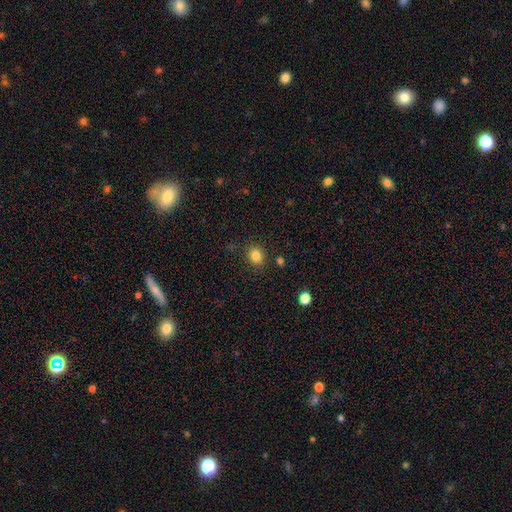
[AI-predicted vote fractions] A smooth galaxy with no disk features (83%) that is round (64%). Merging: none (84%).